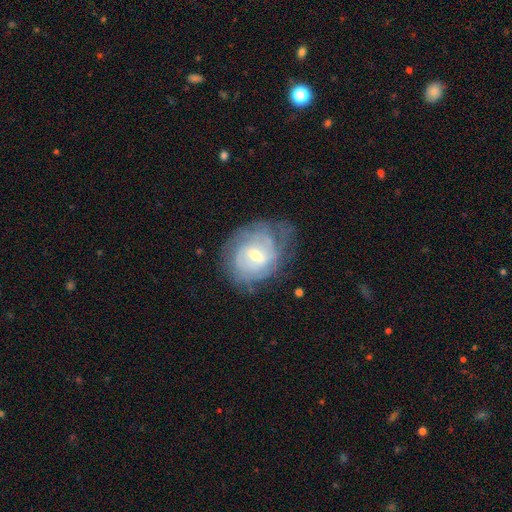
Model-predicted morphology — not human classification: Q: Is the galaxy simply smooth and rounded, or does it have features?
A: featured or disk — 78%.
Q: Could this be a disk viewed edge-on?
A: no — 97%.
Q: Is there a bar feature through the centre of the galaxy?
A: weak — 58%.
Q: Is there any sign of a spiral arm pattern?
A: yes — 87%.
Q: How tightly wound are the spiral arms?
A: tight — 66%.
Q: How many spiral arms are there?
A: can't tell — 50%.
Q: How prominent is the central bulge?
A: moderate — 51%.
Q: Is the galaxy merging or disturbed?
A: none — 60%.